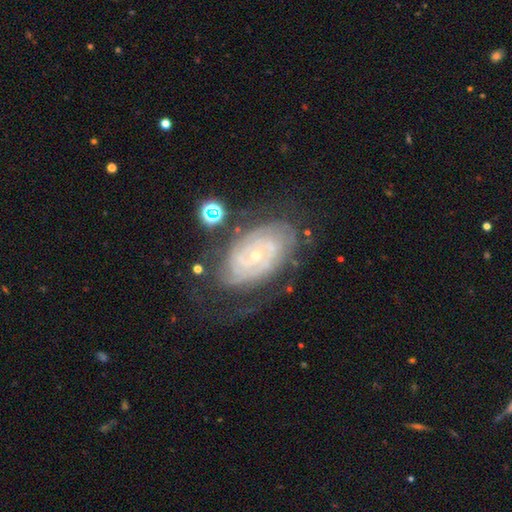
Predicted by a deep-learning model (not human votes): Smooth or featured? featured or disk (87%)
Edge-on disk? no (96%)
Bar? no (63%)
Spiral arms? yes (97%)
Spiral winding? tight (80%)
Spiral arm count? can't tell (33%)
Bulge size? small (75%)
Merging? none (63%)